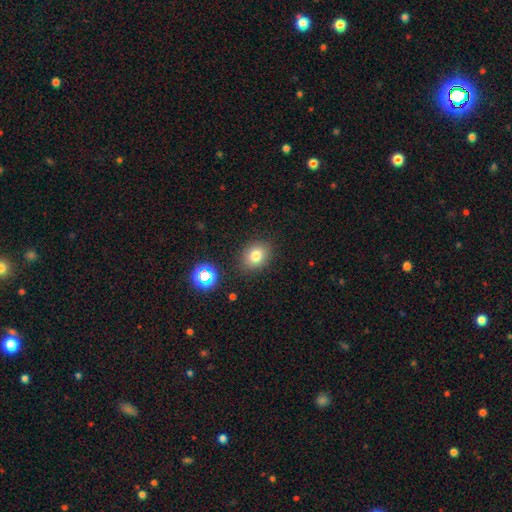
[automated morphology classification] Smooth or featured: smooth — 77% (star or artifact — 14%)
How rounded: round — 56% (in between — 44%)
Merging: none — 85% (minor disturbance — 10%)